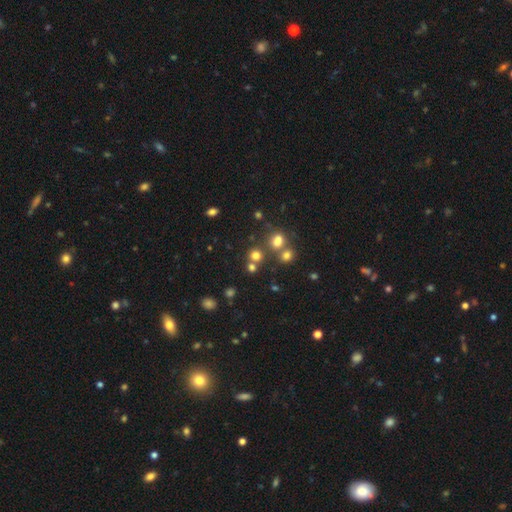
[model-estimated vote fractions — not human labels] Smooth or featured? smooth (70%)
How rounded? round (85%)
Merging? none (63%)